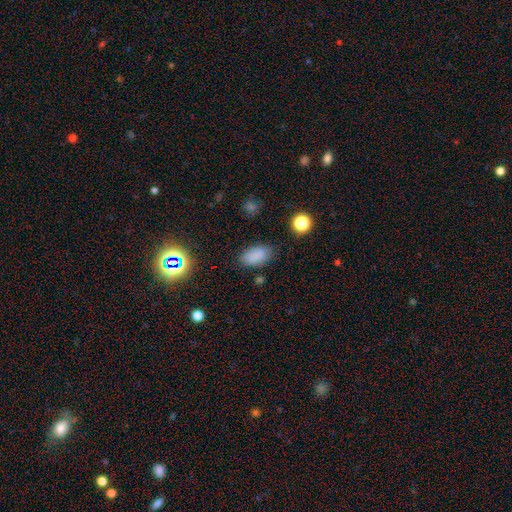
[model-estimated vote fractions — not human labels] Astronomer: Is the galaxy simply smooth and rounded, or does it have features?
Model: smooth — 84%.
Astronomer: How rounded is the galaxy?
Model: in between — 92%.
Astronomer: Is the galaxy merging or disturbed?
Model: none — 81%.